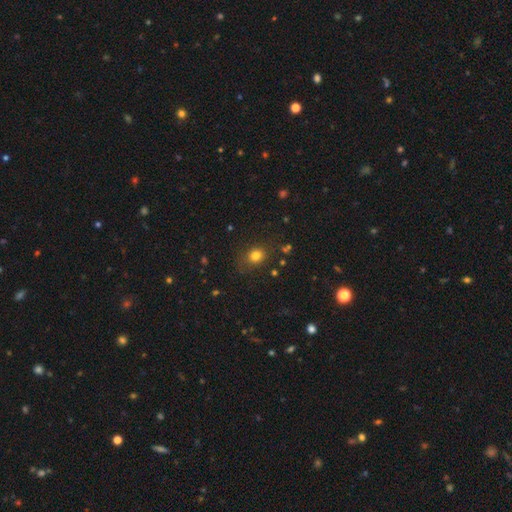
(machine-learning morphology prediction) smooth-or-featured: smooth: 77% | star or artifact: 16% | featured or disk: 7%
  how-rounded: round: 63% | in between: 36% | cigar-shaped: 1%
  merging: none: 80% | minor disturbance: 13% | major disturbance: 5% | merger: 2%